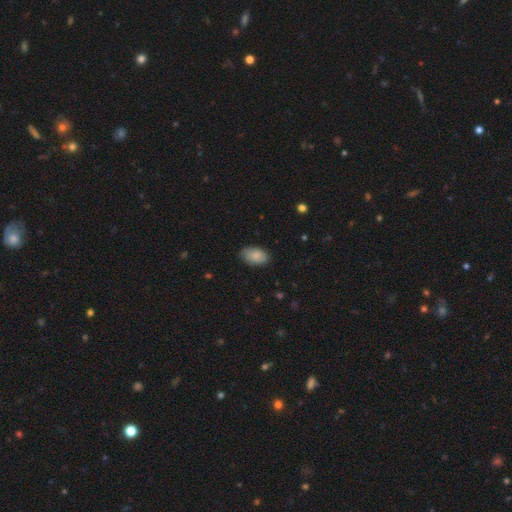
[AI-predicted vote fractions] Overall: smooth (85%). How rounded: in between (92%). Merging: none (84%).